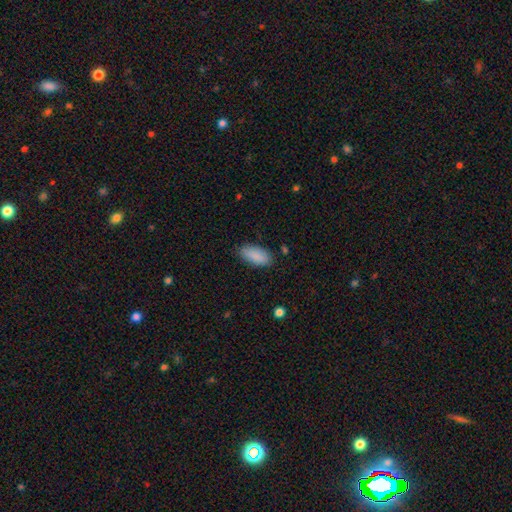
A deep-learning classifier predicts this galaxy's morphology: Smooth or featured?
  - smooth: 89% *
  - star or artifact: 7%
  - featured or disk: 4%
How rounded?
  - in between: 89% *
  - cigar-shaped: 9%
  - round: 2%
Merging?
  - none: 85% *
  - minor disturbance: 12%
  - major disturbance: 3%
  - merger: 1%